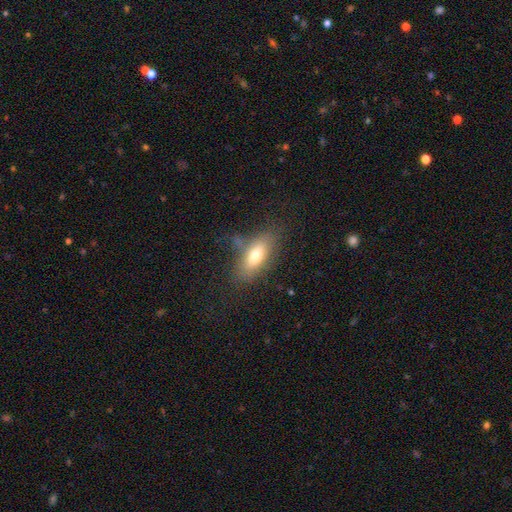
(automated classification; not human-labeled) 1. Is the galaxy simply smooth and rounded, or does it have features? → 70% smooth, 21% featured or disk, 9% star or artifact.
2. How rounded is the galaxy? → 79% in between, 16% cigar-shaped, 4% round.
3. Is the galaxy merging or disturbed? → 69% none, 19% minor disturbance, 8% major disturbance, 5% merger.